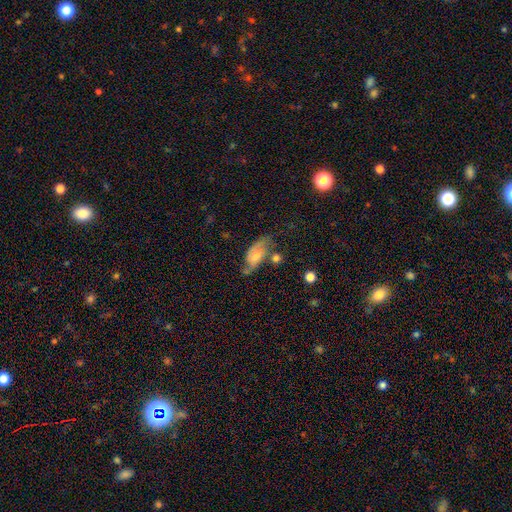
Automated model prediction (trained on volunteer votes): featured or disk 62%, smooth 28%, star or artifact 9%. Down the decision tree: edge-on disk — no (91%); bar — no (62%); spiral arms — yes (87%); bulge size — moderate (49%); merging — none (54%).